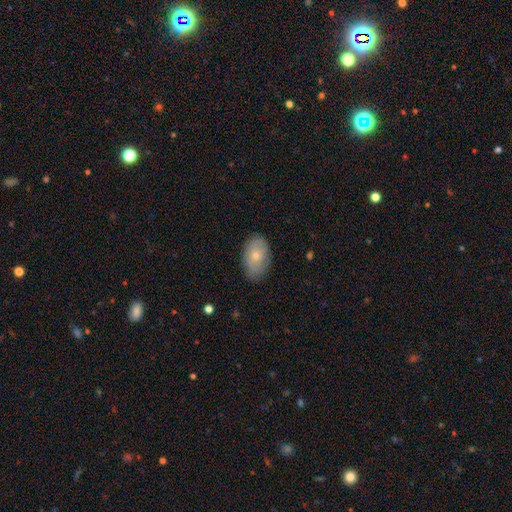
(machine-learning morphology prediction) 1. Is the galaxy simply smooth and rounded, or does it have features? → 70% smooth, 23% featured or disk, 6% star or artifact.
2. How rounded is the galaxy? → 88% in between, 11% round, 1% cigar-shaped.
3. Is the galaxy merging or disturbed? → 78% none, 18% minor disturbance, 3% major disturbance, 1% merger.